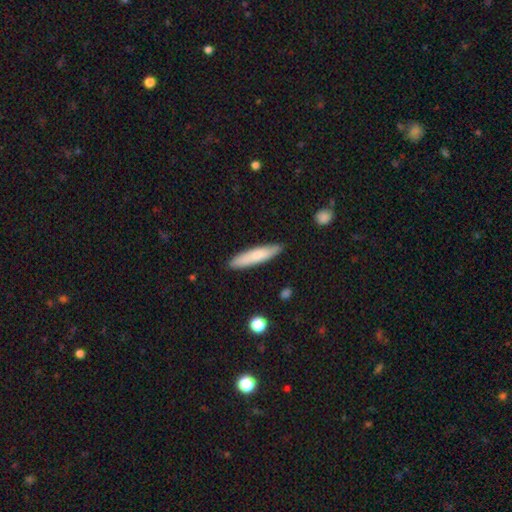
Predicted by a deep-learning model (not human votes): A smooth galaxy with no disk features (74%) that is cigar-shaped (84%). Merging: none (87%).